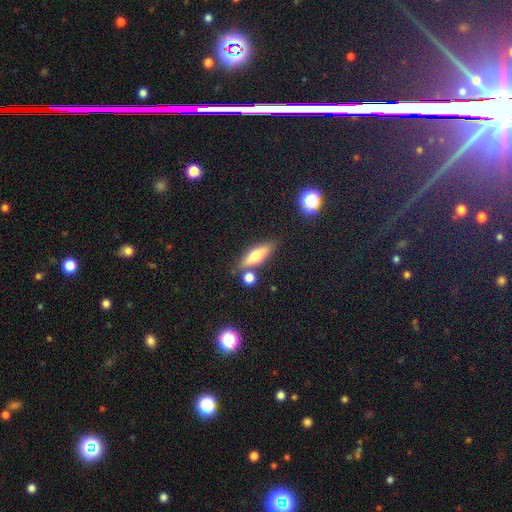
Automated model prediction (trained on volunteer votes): A smooth galaxy with no disk features (54%) that is cigar-shaped (56%).

Vote fractions:
- Smooth or featured? smooth: 54% / featured or disk: 37% / star or artifact: 9%
- How rounded? cigar-shaped: 56% / in between: 39% / round: 5%
- Merging? none: 77% / minor disturbance: 11% / merger: 9% / major disturbance: 3%